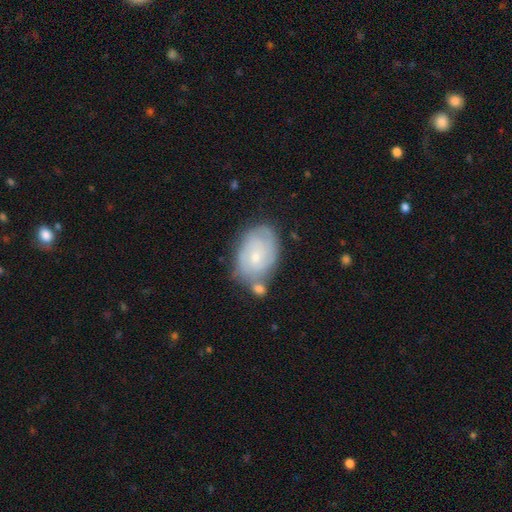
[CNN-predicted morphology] Smooth or featured? Predicted: featured or disk (p=0.61). Edge-on disk? Predicted: no (p=0.96). Bar? Predicted: no (p=0.67). Spiral arms? Predicted: yes (p=0.84). Bulge size? Predicted: small (p=0.64). Merging? Predicted: none (p=0.62).